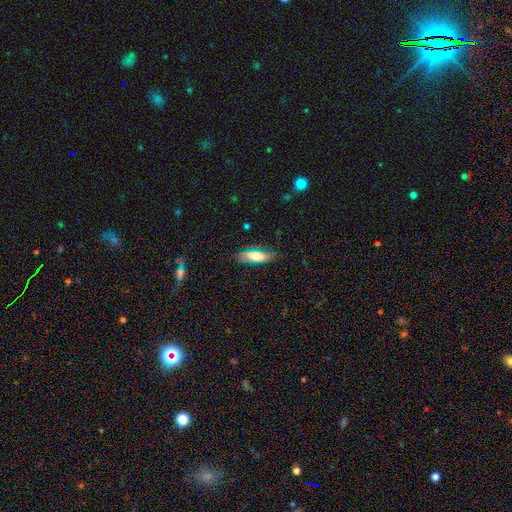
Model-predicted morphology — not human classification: A smooth galaxy with no disk features (69%) that is in between round and cigar-shaped (65%). Merging: none (74%).